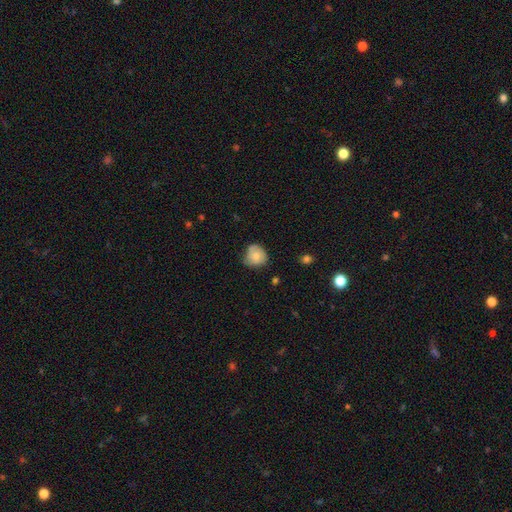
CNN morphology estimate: type=smooth (72%); roundness=round (76%); merging=none (54%).